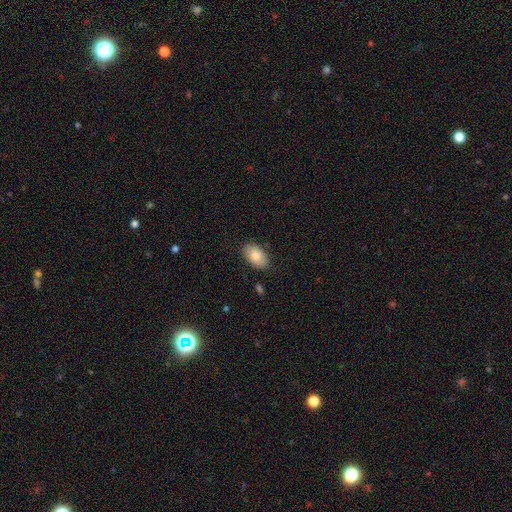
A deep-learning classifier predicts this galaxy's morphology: Q: Smooth or featured?
A: smooth (77%); runner-up: featured or disk (16%)
Q: How rounded?
A: in between (93%); runner-up: round (6%)
Q: Merging?
A: none (86%); runner-up: minor disturbance (11%)